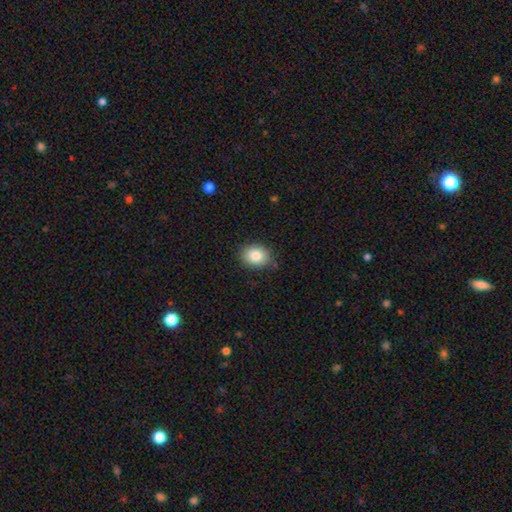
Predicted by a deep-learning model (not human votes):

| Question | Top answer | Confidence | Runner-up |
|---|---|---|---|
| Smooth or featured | smooth | 84% | star or artifact (9%) |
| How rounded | round | 51% | in between (49%) |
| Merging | none | 84% | minor disturbance (12%) |